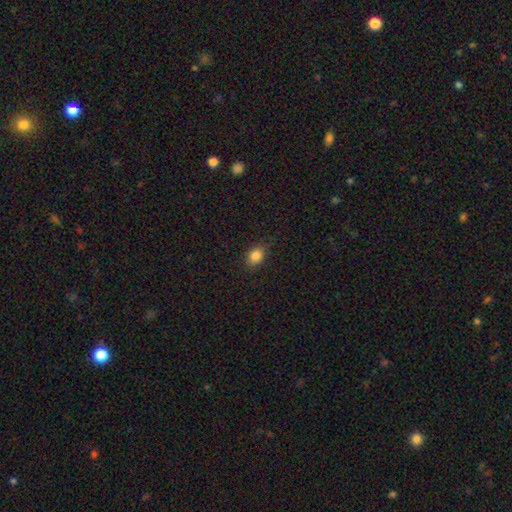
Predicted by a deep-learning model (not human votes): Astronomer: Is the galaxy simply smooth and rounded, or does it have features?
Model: smooth — 85%.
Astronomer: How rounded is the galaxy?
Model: in between — 61% (runner-up: round, 38%).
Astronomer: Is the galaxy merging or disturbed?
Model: none — 87%.